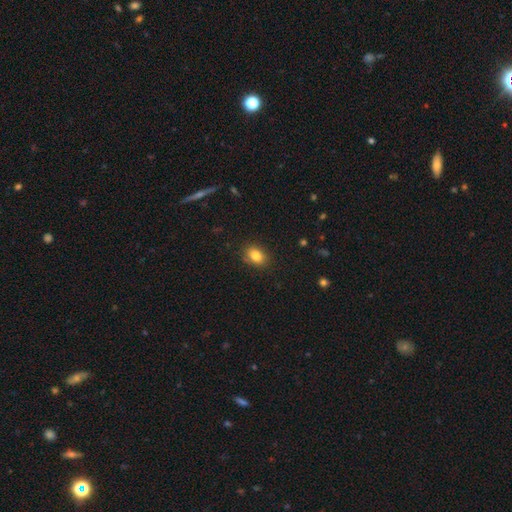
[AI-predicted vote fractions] smooth 84%, star or artifact 10%, featured or disk 7%. Down the decision tree: how rounded — in between (71%); merging — none (85%).